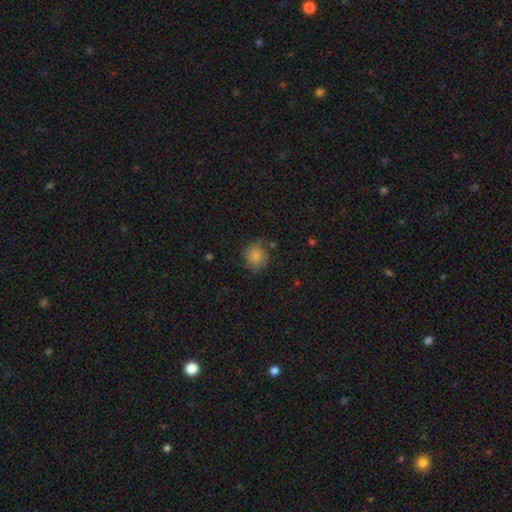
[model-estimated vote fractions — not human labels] Smooth or featured: smooth — 79% (featured or disk — 12%)
How rounded: round — 80% (in between — 19%)
Merging: none — 61% (minor disturbance — 26%)